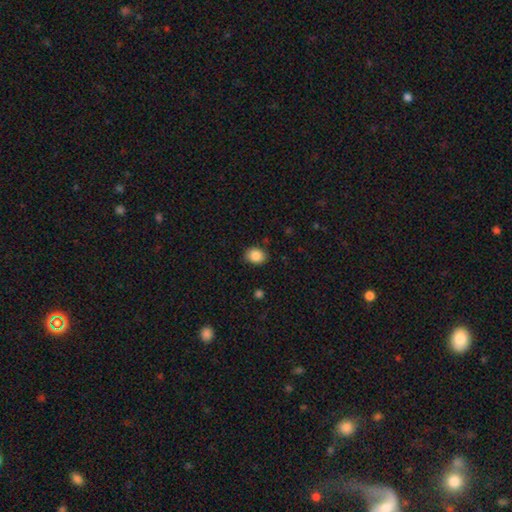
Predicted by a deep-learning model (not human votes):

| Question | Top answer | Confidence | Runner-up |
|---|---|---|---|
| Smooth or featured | smooth | 86% | star or artifact (9%) |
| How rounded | round | 51% | in between (48%) |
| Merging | none | 85% | minor disturbance (11%) |